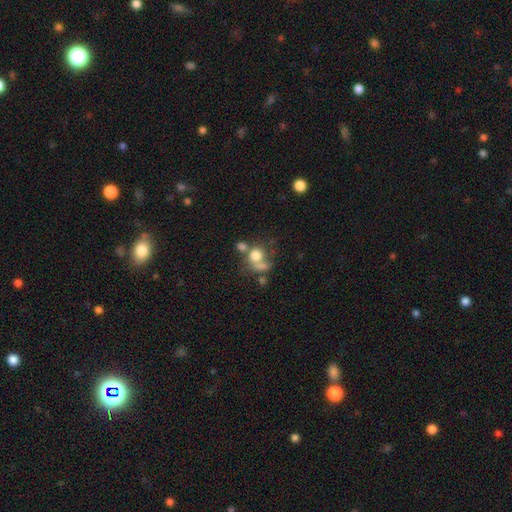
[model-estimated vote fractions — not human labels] Overall: smooth (69%). How rounded: round (75%). Merging: merger (45%; none 31%).